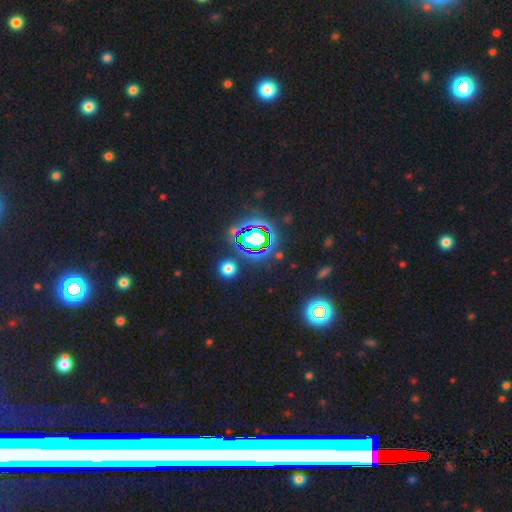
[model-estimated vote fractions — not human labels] The model was most divided on "smooth or featured": star or artifact: 75%, smooth: 14%, featured or disk: 11%.